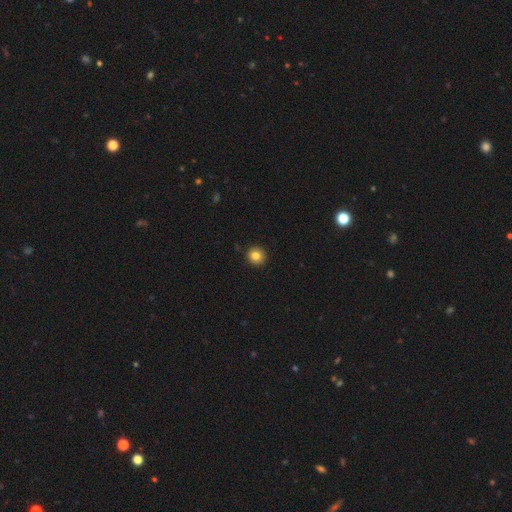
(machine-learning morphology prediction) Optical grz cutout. It shows a smooth galaxy with no disk features (83%) that is round (94%). Merging: none (93%).